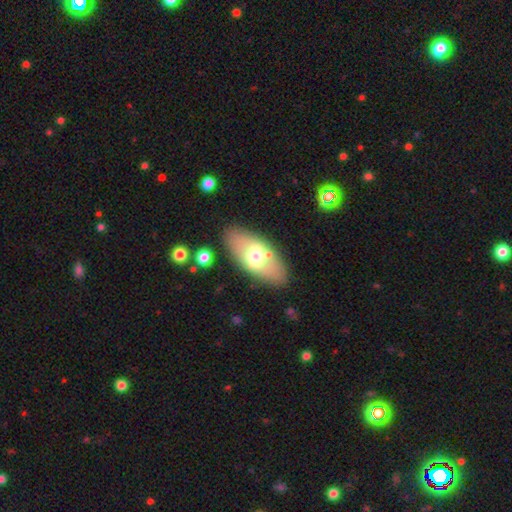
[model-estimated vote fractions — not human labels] Smooth or featured?
  - smooth: 59% *
  - featured or disk: 34%
  - star or artifact: 7%
How rounded?
  - in between: 88% *
  - cigar-shaped: 8%
  - round: 4%
Merging?
  - none: 81% *
  - minor disturbance: 11%
  - major disturbance: 4%
  - merger: 4%